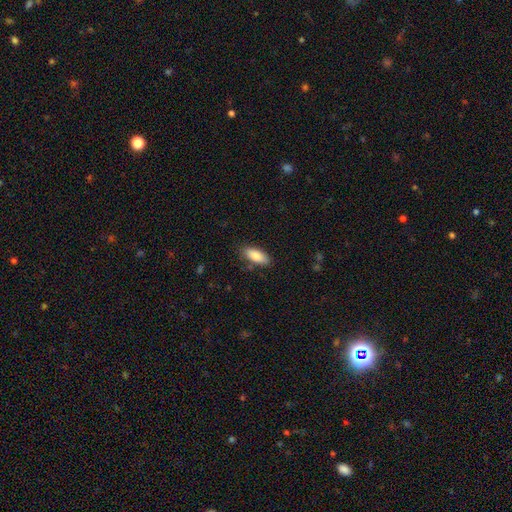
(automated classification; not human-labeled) Smooth or featured: smooth — 83% (featured or disk — 11%)
How rounded: in between — 82% (cigar-shaped — 16%)
Merging: none — 82% (minor disturbance — 13%)